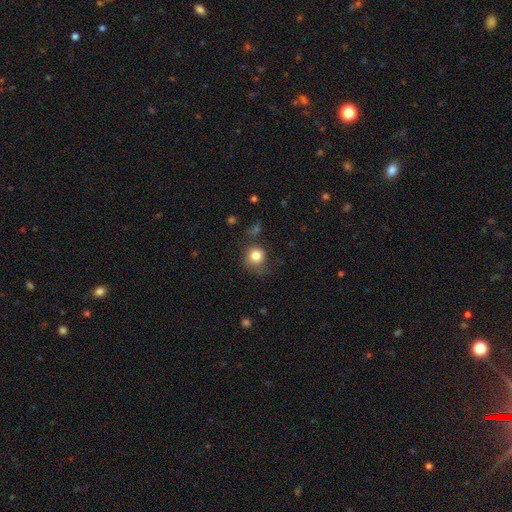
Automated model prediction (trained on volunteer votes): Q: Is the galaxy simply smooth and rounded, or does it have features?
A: smooth — 81%.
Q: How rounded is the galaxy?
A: round — 85%.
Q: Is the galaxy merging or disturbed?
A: none — 59%.